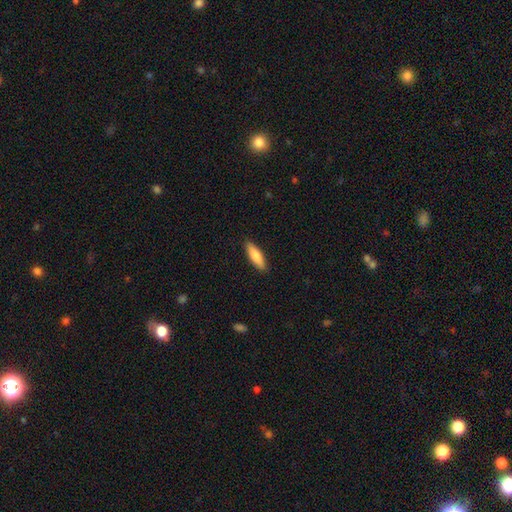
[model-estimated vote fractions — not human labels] A smooth galaxy with no disk features (79%) that is cigar-shaped (55%).

Vote fractions:
- Smooth or featured? smooth: 79% / featured or disk: 16% / star or artifact: 5%
- How rounded? cigar-shaped: 55% / in between: 43% / round: 2%
- Merging? none: 90% / minor disturbance: 8% / major disturbance: 2% / merger: 1%